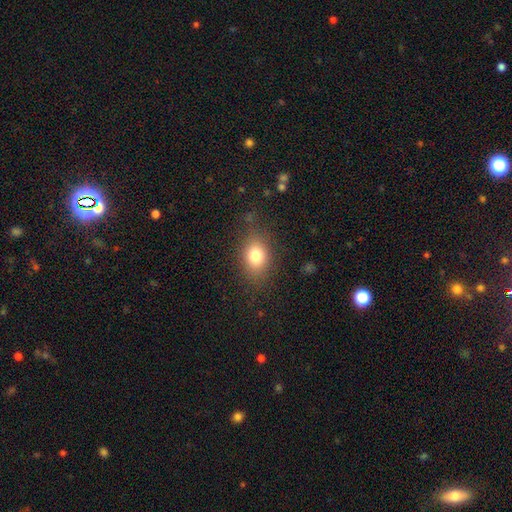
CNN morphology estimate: Smooth or featured: smooth — 78% (star or artifact — 11%)
How rounded: in between — 67% (round — 31%)
Merging: none — 81% (minor disturbance — 13%)